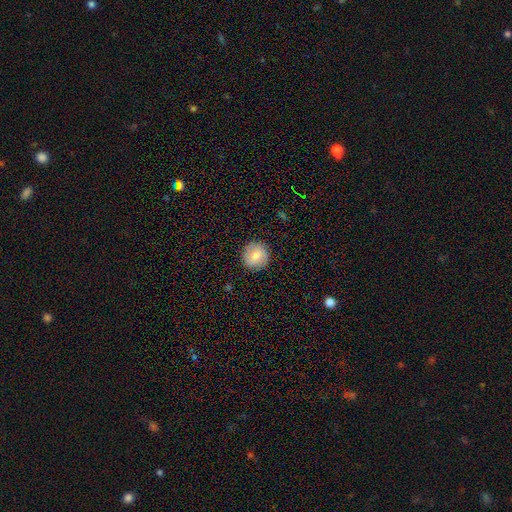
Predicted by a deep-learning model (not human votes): smooth-or-featured: smooth: 77% | featured or disk: 15% | star or artifact: 7%
  how-rounded: round: 92% | in between: 7% | cigar-shaped: 1%
  merging: none: 89% | minor disturbance: 8% | major disturbance: 2% | merger: 1%